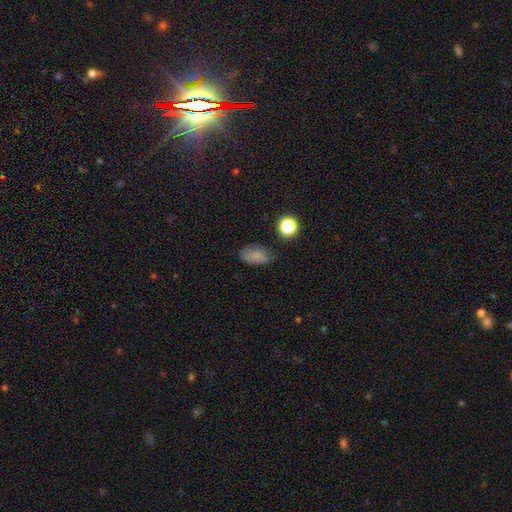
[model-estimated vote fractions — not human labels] Overall: smooth (76%). How rounded: in between (88%). Merging: none (65%; minor disturbance 26%).